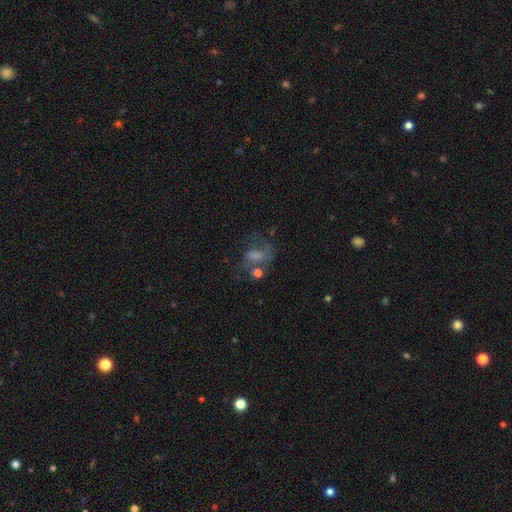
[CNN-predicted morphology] smooth_or_featured: featured or disk (p=0.38) [alt: smooth p=0.35]
merging: none (p=0.48) [alt: major disturbance p=0.23]